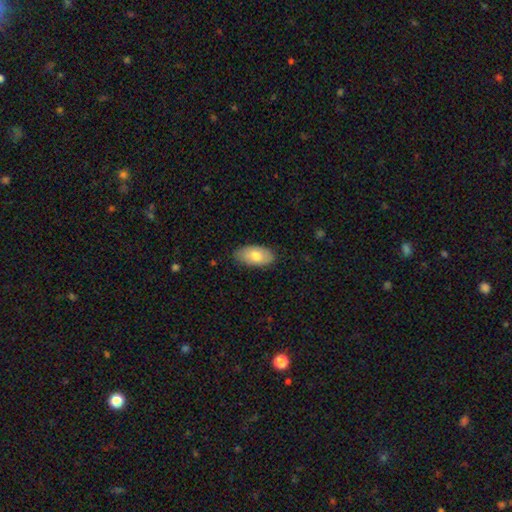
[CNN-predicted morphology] A smooth galaxy with no disk features (75%) that is in between round and cigar-shaped (94%).

Vote fractions:
- Smooth or featured? smooth: 75% / featured or disk: 19% / star or artifact: 6%
- How rounded? in between: 94% / round: 3% / cigar-shaped: 2%
- Merging? none: 82% / minor disturbance: 15% / major disturbance: 2% / merger: 1%